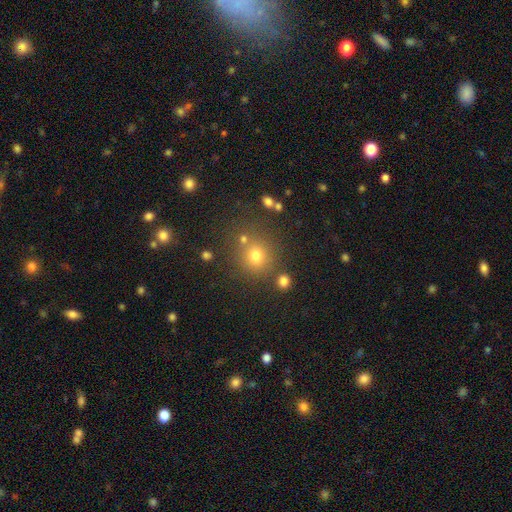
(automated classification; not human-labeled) This appears to be a smooth galaxy with no disk features (72%) that is round (87%). Merging: none (73%).